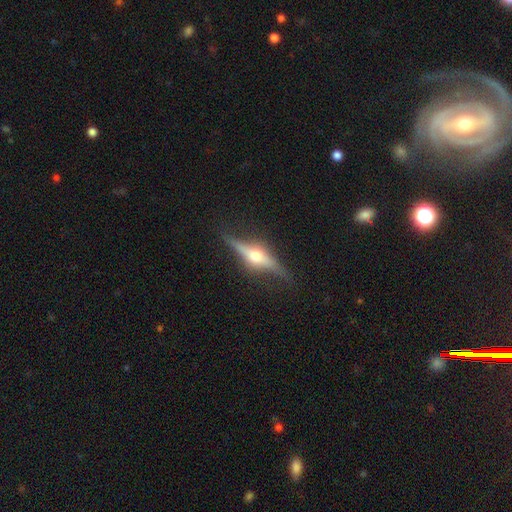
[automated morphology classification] Q: Smooth or featured?
A: featured or disk (81%); runner-up: smooth (13%)
Q: Edge-on disk?
A: yes (94%); runner-up: no (6%)
Q: Edge-on bulge?
A: rounded (93%); runner-up: boxy (5%)
Q: Merging?
A: none (82%); runner-up: minor disturbance (13%)